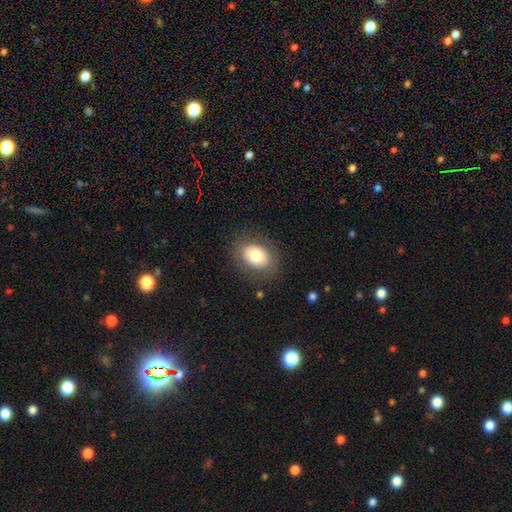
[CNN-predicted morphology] Overall: smooth (76%). How rounded: in between (73%). Merging: none (81%).